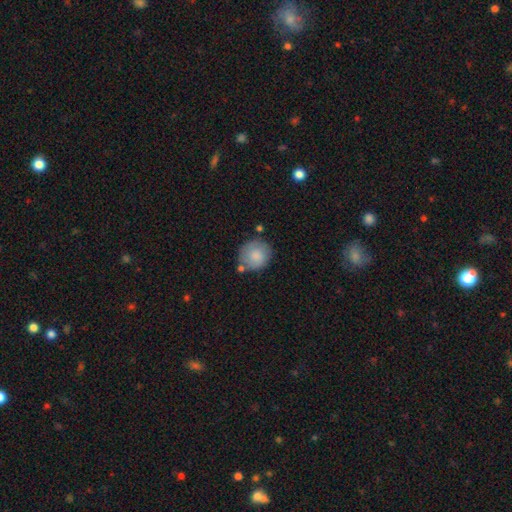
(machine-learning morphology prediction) Smooth or featured?
  - smooth: 79% *
  - featured or disk: 14%
  - star or artifact: 7%
How rounded?
  - round: 84% *
  - in between: 15%
  - cigar-shaped: 1%
Merging?
  - none: 68% *
  - minor disturbance: 18%
  - merger: 9%
  - major disturbance: 5%